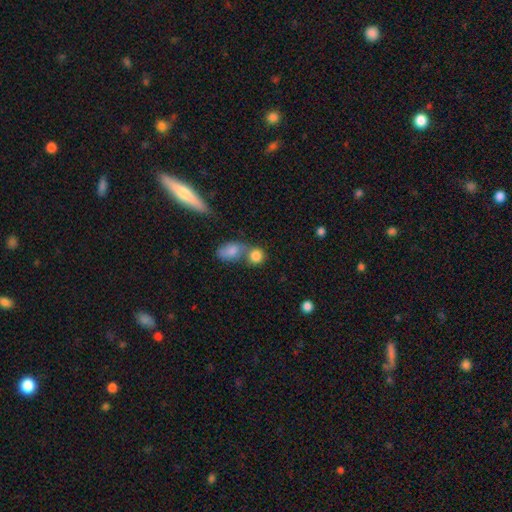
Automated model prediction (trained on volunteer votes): smooth_or_featured: smooth (p=0.83) [alt: star or artifact p=0.09]
how_rounded: round (p=0.75) [alt: in between p=0.23]
merging: merger (p=0.43) [tied with: none p=0.43]